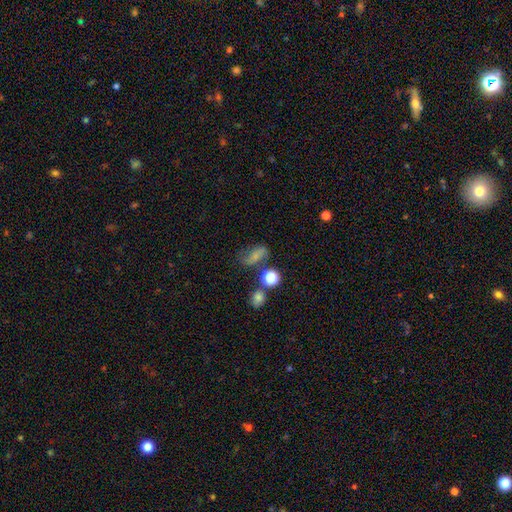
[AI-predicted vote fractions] Smooth or featured? smooth (60%)
How rounded? in between (72%)
Merging? none (53%)